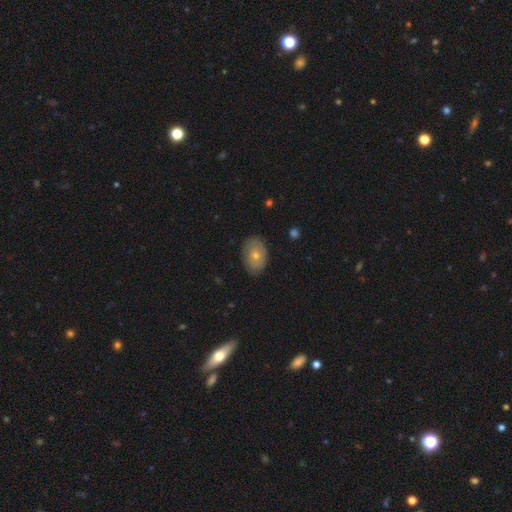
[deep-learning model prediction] Morphology: type=smooth (64%); roundness=in between (83%); merging=none (81%).